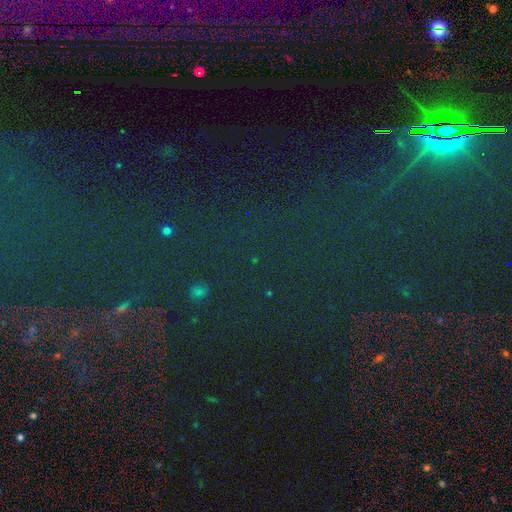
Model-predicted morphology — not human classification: Smooth or featured: star or artifact — 82% (smooth — 11%)